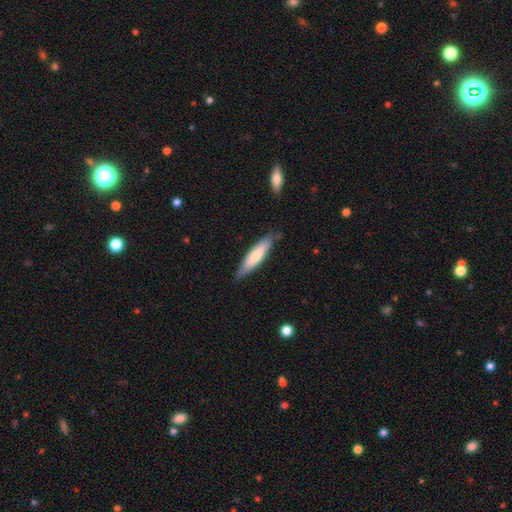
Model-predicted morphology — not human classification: Overall: smooth (70%). How rounded: cigar-shaped (73%). Merging: none (80%).